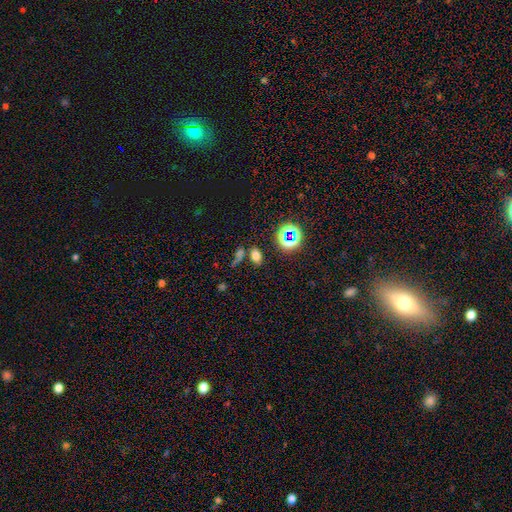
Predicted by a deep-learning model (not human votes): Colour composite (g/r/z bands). It shows a smooth galaxy with no disk features (68%) that is in between round and cigar-shaped (82%). Merging: none (69%).